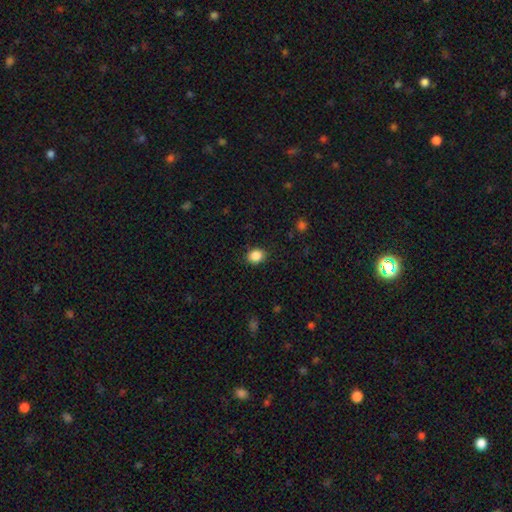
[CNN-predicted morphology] Q: Smooth or featured?
A: smooth (87%); runner-up: star or artifact (9%)
Q: How rounded?
A: round (54%); runner-up: in between (45%)
Q: Merging?
A: none (88%); runner-up: minor disturbance (9%)